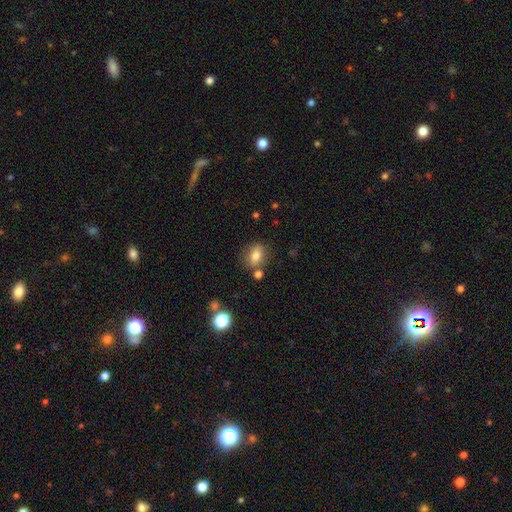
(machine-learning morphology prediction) smooth_or_featured: smooth (p=0.76) [alt: featured or disk p=0.14]
how_rounded: in between (p=0.70) [alt: round p=0.26]
merging: none (p=0.74) [alt: minor disturbance p=0.13]